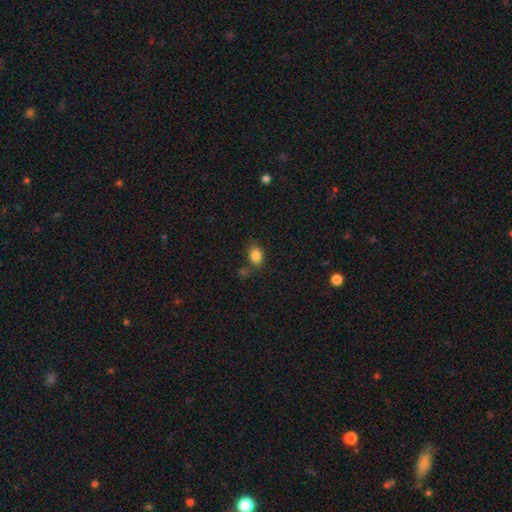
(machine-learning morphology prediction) A smooth galaxy with no disk features (84%) that is in between round and cigar-shaped (70%).

Vote fractions:
- Smooth or featured? smooth: 84% / star or artifact: 10% / featured or disk: 5%
- How rounded? in between: 70% / round: 29% / cigar-shaped: 1%
- Merging? none: 66% / minor disturbance: 17% / merger: 11% / major disturbance: 5%